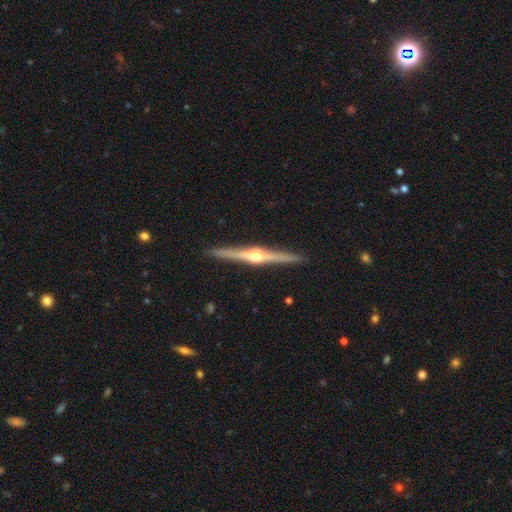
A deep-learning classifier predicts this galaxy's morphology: A featured or disk galaxy (86%) viewed edge-on (99%) with a rounded central bulge (94%).

Vote fractions:
- Smooth or featured? featured or disk: 86% / smooth: 9% / star or artifact: 5%
- Edge-on disk? yes: 99% / no: 1%
- Edge-on bulge? rounded: 94% / boxy: 3% / none: 3%
- Merging? none: 93% / minor disturbance: 5% / major disturbance: 1% / merger: 1%